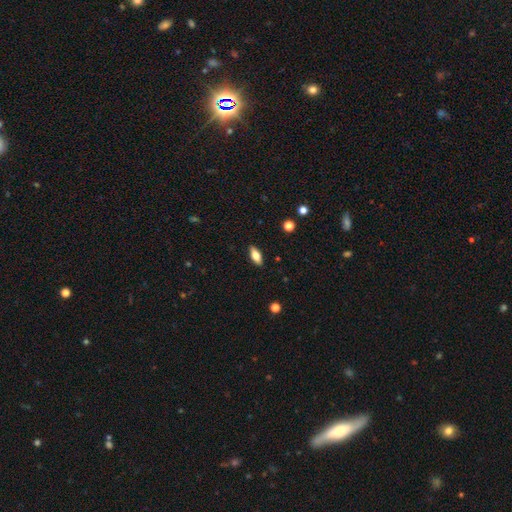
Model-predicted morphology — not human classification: smooth 73%, featured or disk 20%, star or artifact 7%. Down the decision tree: how rounded — in between (80%); merging — none (89%).